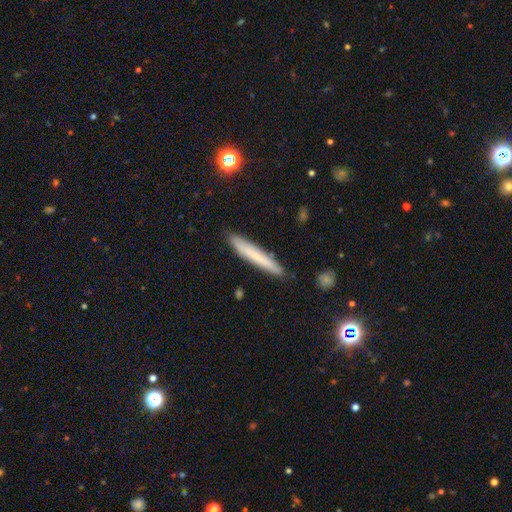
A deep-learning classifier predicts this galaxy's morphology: Smooth or featured?
  - smooth: 69% *
  - featured or disk: 24%
  - star or artifact: 7%
How rounded?
  - cigar-shaped: 96% *
  - in between: 3%
  - round: 1%
Merging?
  - none: 88% *
  - minor disturbance: 9%
  - major disturbance: 2%
  - merger: 1%